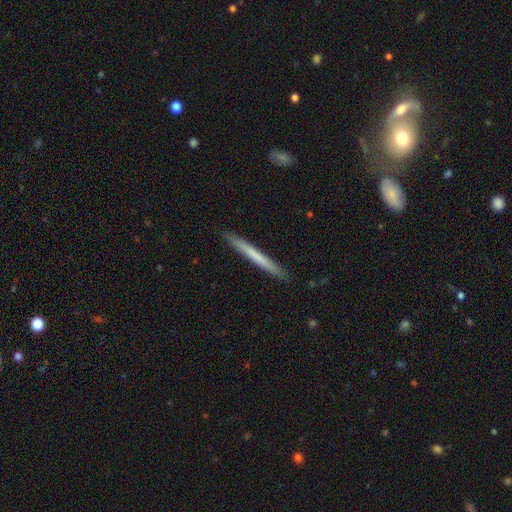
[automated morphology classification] Smooth or featured? smooth (63%)
How rounded? cigar-shaped (97%)
Merging? none (91%)